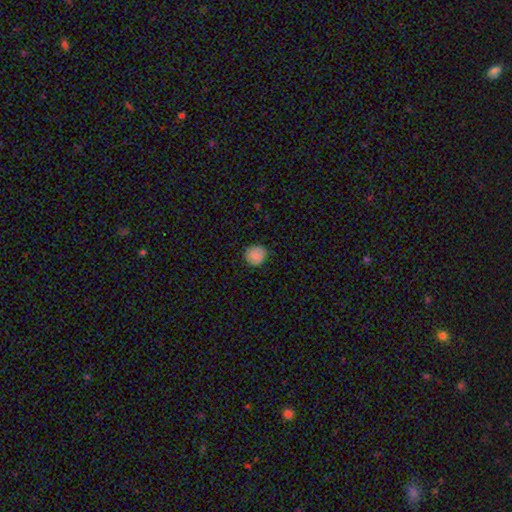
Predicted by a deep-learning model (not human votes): A smooth galaxy with no disk features (83%) that is round (91%).

Vote fractions:
- Smooth or featured? smooth: 83% / featured or disk: 9% / star or artifact: 8%
- How rounded? round: 91% / in between: 8% / cigar-shaped: 1%
- Merging? none: 85% / minor disturbance: 12% / major disturbance: 2% / merger: 1%